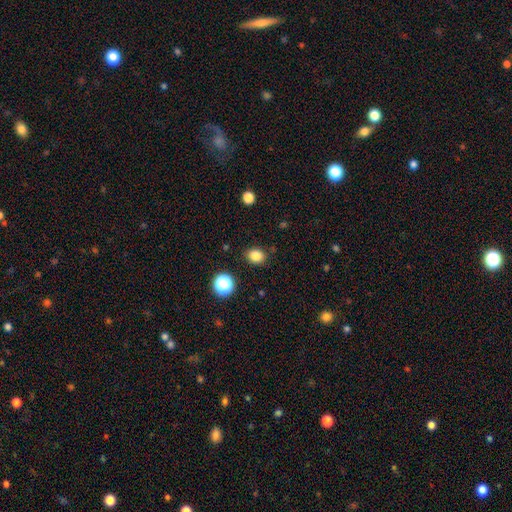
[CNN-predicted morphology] smooth-or-featured: smooth: 83% | star or artifact: 12% | featured or disk: 4%
  how-rounded: round: 54% | in between: 45% | cigar-shaped: 1%
  merging: none: 86% | minor disturbance: 10% | major disturbance: 3% | merger: 2%